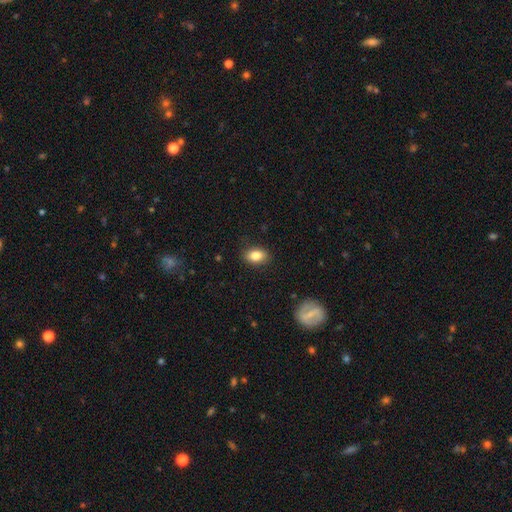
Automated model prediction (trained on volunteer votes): smooth_or_featured: smooth (p=0.83) [alt: featured or disk p=0.09]
how_rounded: in between (p=0.83) [alt: round p=0.15]
merging: none (p=0.86) [alt: minor disturbance p=0.10]